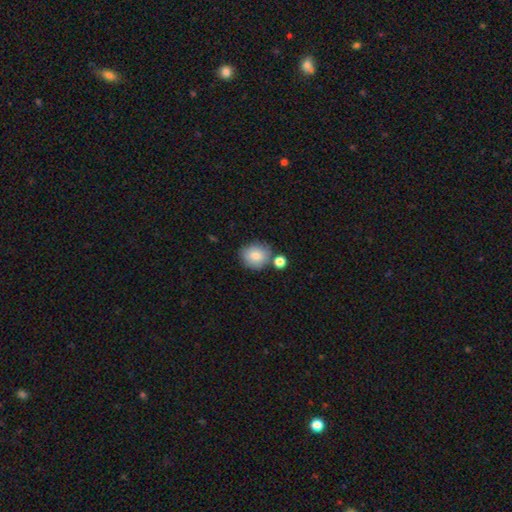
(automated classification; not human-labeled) smooth-or-featured: smooth: 82% | featured or disk: 10% | star or artifact: 8%
  how-rounded: round: 76% | in between: 23% | cigar-shaped: 1%
  merging: none: 67% | merger: 15% | minor disturbance: 14% | major disturbance: 4%